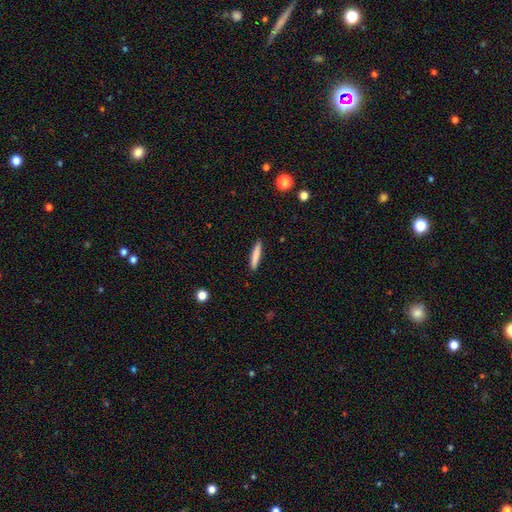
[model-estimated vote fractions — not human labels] Smooth or featured? Predicted: smooth (p=0.82). How rounded? Predicted: cigar-shaped (p=0.91). Merging? Predicted: none (p=0.91).